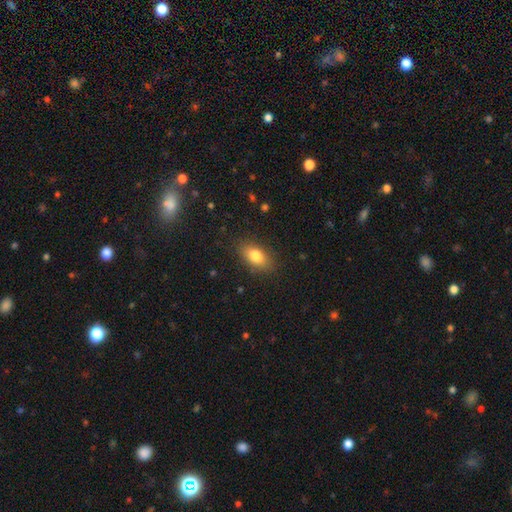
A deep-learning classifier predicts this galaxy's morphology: smooth-or-featured: smooth: 81% | featured or disk: 11% | star or artifact: 8%
  how-rounded: in between: 87% | round: 7% | cigar-shaped: 6%
  merging: none: 86% | minor disturbance: 10% | major disturbance: 3% | merger: 1%